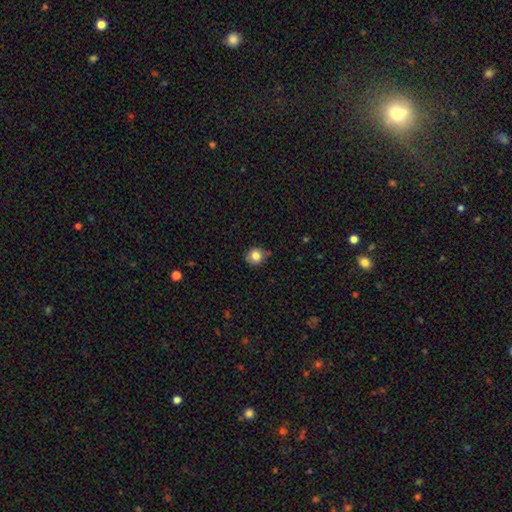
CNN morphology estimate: smooth_or_featured: smooth (p=0.83) [alt: star or artifact p=0.10]
how_rounded: round (p=0.86) [alt: in between p=0.13]
merging: none (p=0.76) [alt: minor disturbance p=0.18]